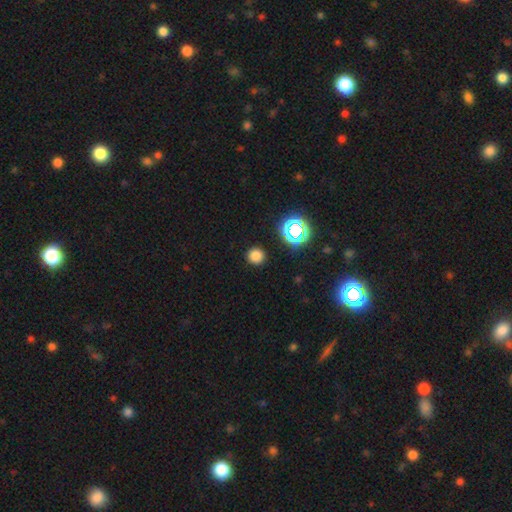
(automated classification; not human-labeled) Overall: smooth (76%). How rounded: round (93%). Merging: none (91%).